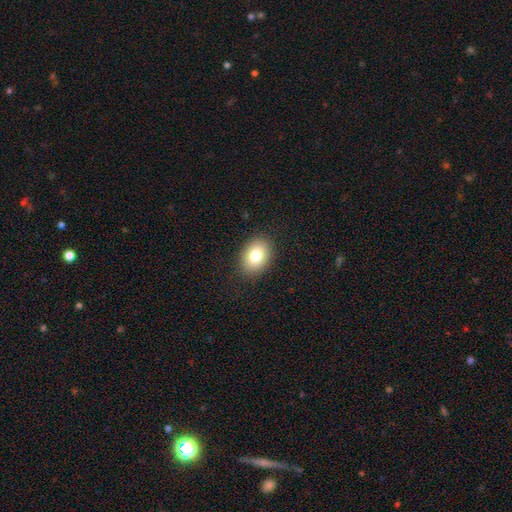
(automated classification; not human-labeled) A smooth galaxy with no disk features (80%) that is in between round and cigar-shaped (76%). Merging: none (88%).